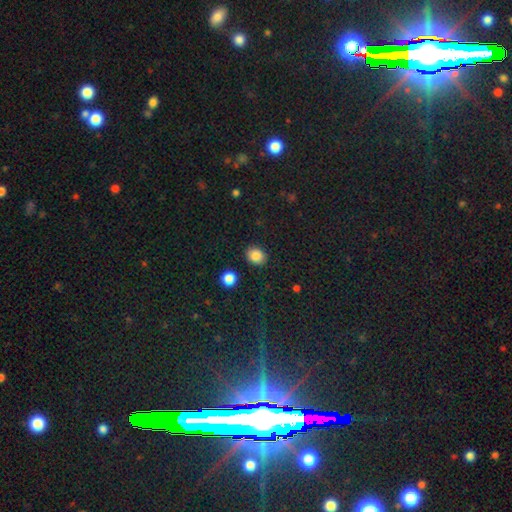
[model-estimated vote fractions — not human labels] Smooth or featured?
  - smooth: 86% *
  - star or artifact: 9%
  - featured or disk: 5%
How rounded?
  - round: 51% *
  - in between: 48%
  - cigar-shaped: 1%
Merging?
  - none: 88% *
  - minor disturbance: 7%
  - major disturbance: 2%
  - merger: 2%